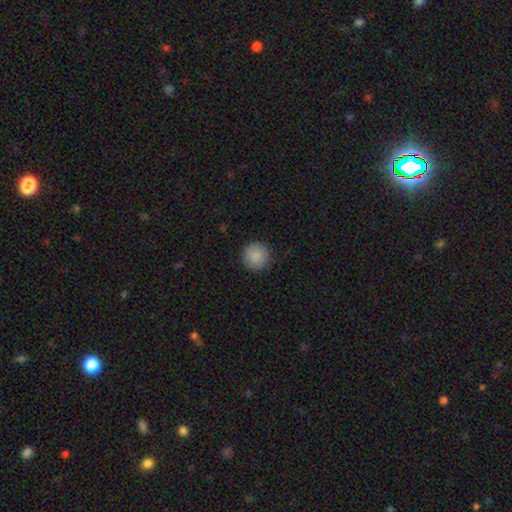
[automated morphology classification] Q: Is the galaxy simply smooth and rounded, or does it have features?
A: smooth — 89%.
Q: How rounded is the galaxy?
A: round — 96%.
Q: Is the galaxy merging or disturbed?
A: none — 92%.